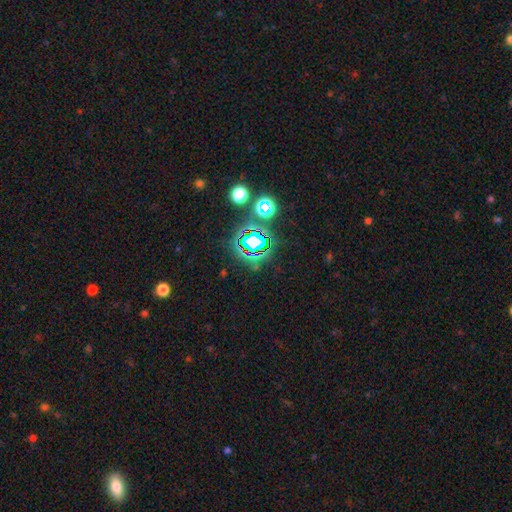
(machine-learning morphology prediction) smooth_or_featured: star or artifact (p=0.77) [alt: smooth p=0.14]